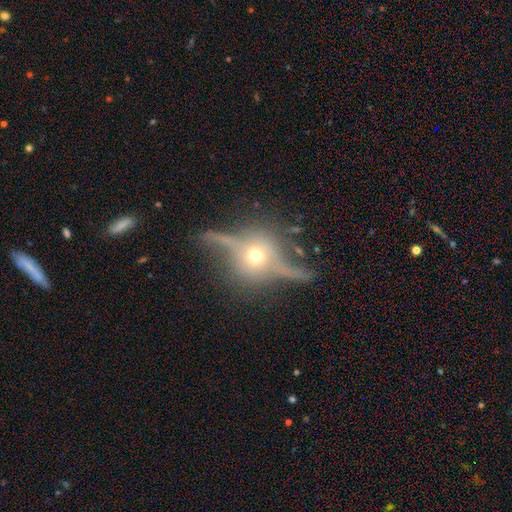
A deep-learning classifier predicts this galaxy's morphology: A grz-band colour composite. It shows a featured or disk galaxy (82%) viewed edge-on (70%) with a rounded central bulge (95%). Merging: none (66%).